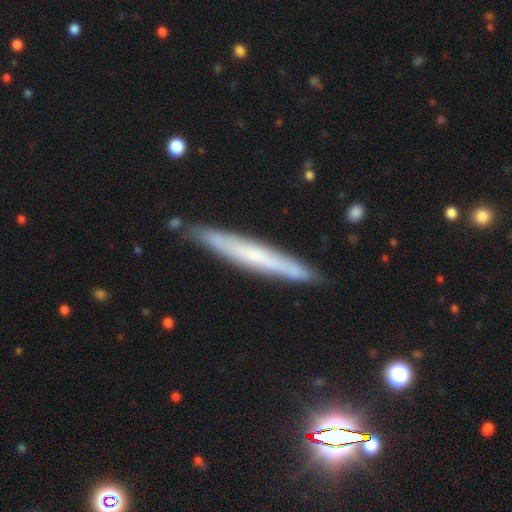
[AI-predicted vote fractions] A featured or disk galaxy (51%) viewed edge-on (90%). Merging: none (86%).